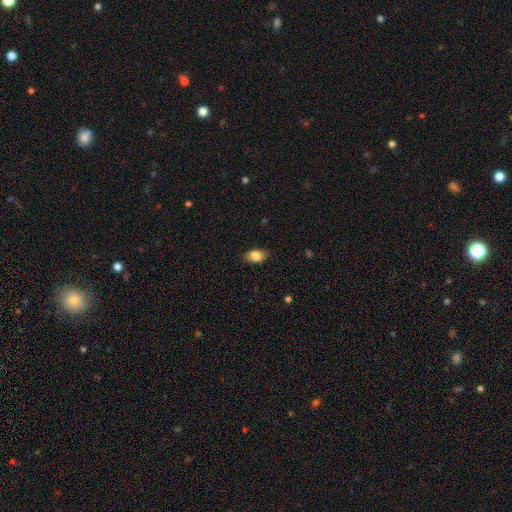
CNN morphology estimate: smooth 83%, featured or disk 10%, star or artifact 7%. Down the decision tree: how rounded — in between (89%); merging — none (86%).